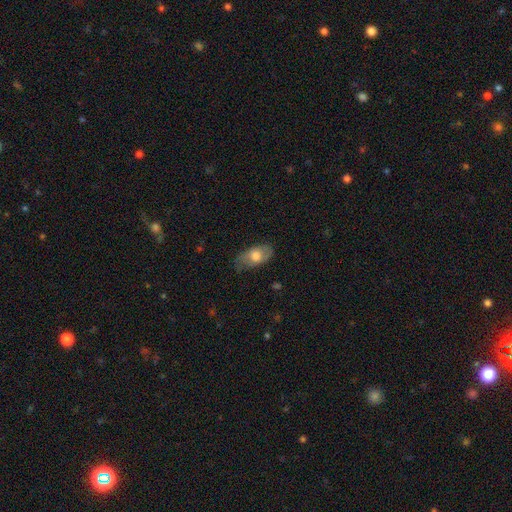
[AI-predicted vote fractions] smooth-or-featured: smooth: 63% | featured or disk: 30% | star or artifact: 7%
  how-rounded: in between: 90% | round: 6% | cigar-shaped: 4%
  merging: none: 66% | minor disturbance: 25% | major disturbance: 8% | merger: 1%